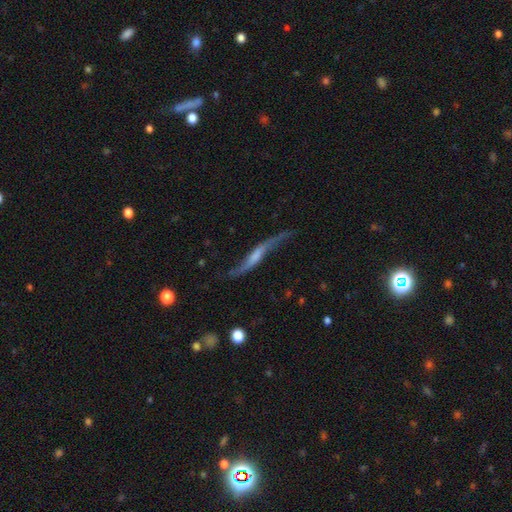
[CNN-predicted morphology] Smooth or featured? featured or disk (77%)
Edge-on disk? yes (52%)
Merging? none (57%)